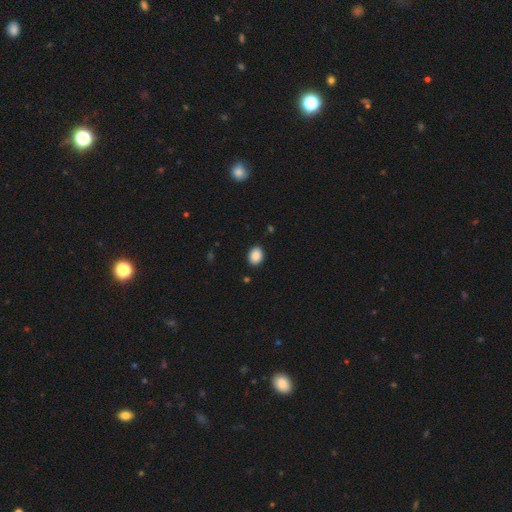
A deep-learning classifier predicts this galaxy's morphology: Smooth or featured? smooth (89%)
How rounded? in between (66%)
Merging? none (89%)